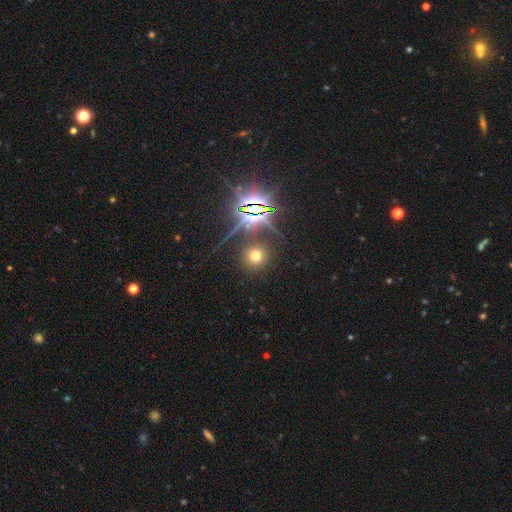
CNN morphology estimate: The model was most divided on "smooth or featured": smooth: 57%, star or artifact: 33%, featured or disk: 10%. More confident: how rounded — round (91%); merging — none (85%).